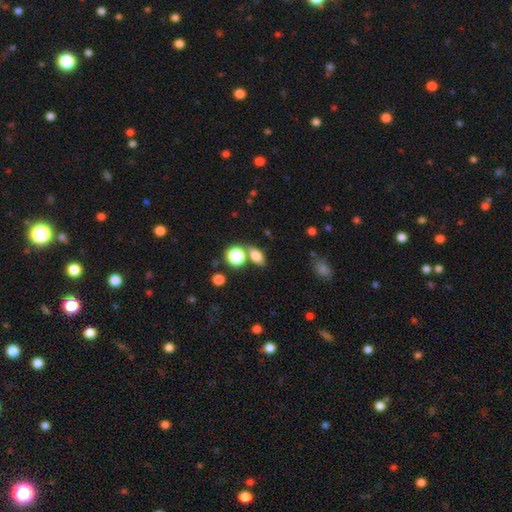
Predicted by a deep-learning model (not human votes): smooth-or-featured: smooth: 76% | star or artifact: 14% | featured or disk: 10%
  how-rounded: in between: 73% | round: 20% | cigar-shaped: 6%
  merging: none: 67% | merger: 17% | minor disturbance: 12% | major disturbance: 4%